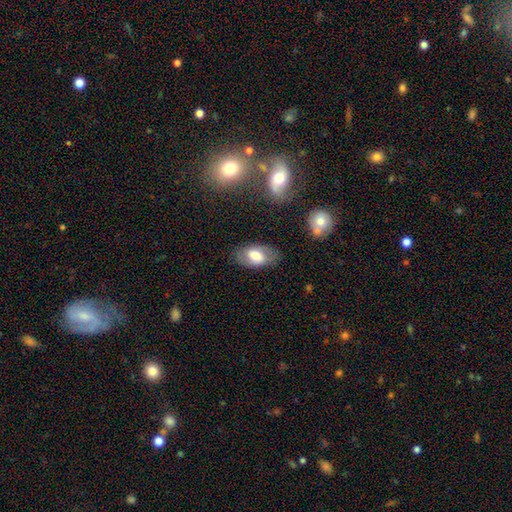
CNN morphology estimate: Smooth or featured? smooth (63%)
How rounded? in between (93%)
Merging? none (80%)